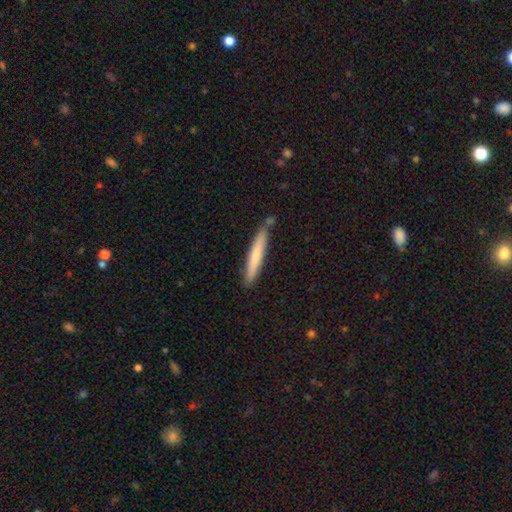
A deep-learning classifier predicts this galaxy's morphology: A smooth galaxy with no disk features (67%) that is cigar-shaped (95%). Merging: none (81%).